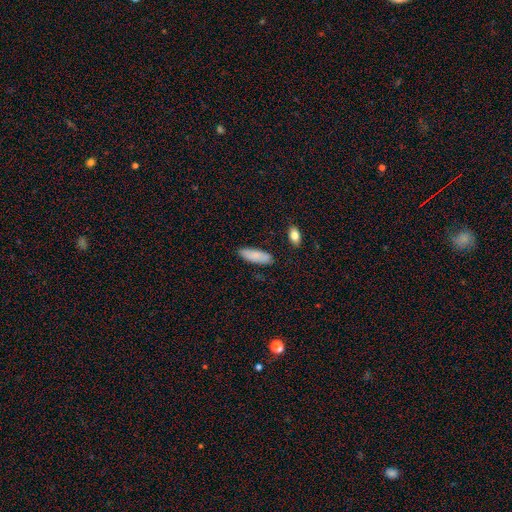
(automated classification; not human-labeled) This is clearly a smooth galaxy (84%). How rounded: possibly in between (57%). Merging: clearly none (83%).